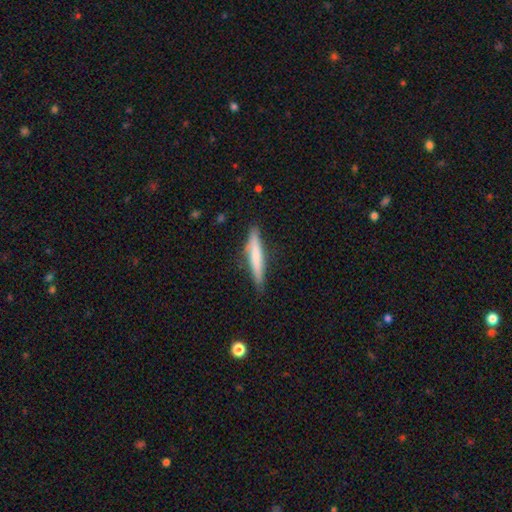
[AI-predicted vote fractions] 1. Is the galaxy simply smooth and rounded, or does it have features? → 64% smooth, 31% featured or disk, 6% star or artifact.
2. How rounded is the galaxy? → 93% cigar-shaped, 6% in between, 1% round.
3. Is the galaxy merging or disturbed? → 81% none, 15% minor disturbance, 2% major disturbance, 2% merger.